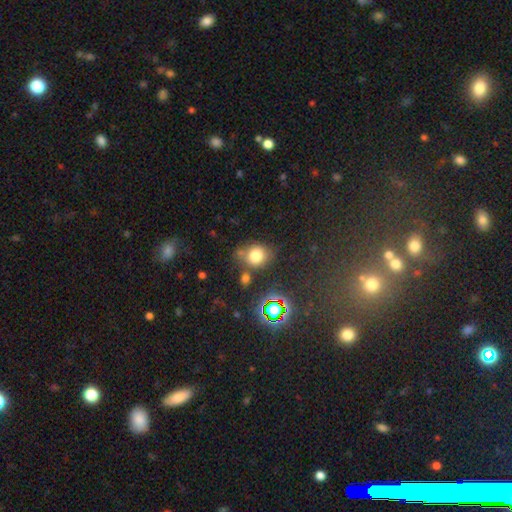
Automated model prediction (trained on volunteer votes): Smooth or featured? Predicted: smooth (p=0.75). How rounded? Predicted: round (p=0.66). Merging? Predicted: none (p=0.64).